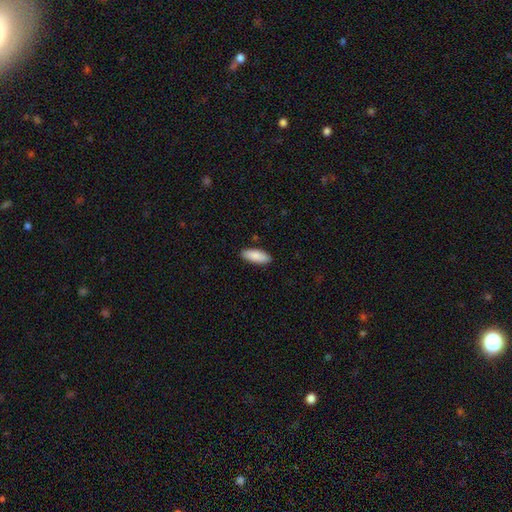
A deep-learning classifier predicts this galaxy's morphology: This appears to be a smooth galaxy with no disk features (89%) that is in between round and cigar-shaped (78%). Merging: none (89%).